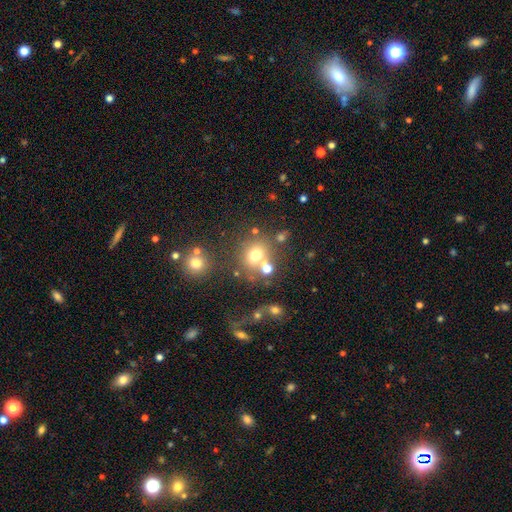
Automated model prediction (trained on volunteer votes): Overall: smooth (66%). How rounded: round (78%). Merging: none (59%; merger 22%).